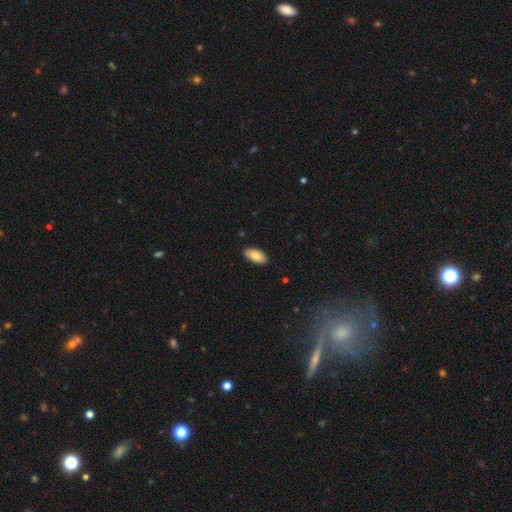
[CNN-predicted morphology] smooth_or_featured: smooth (p=0.84) [alt: featured or disk p=0.10]
how_rounded: in between (p=0.93) [alt: cigar-shaped p=0.04]
merging: none (p=0.89) [alt: minor disturbance p=0.09]